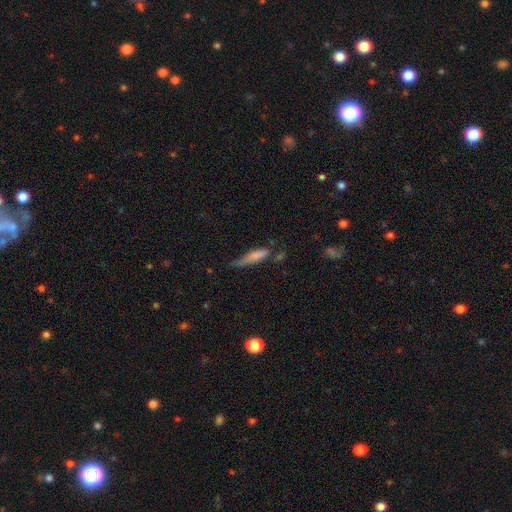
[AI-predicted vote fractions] Smooth or featured? smooth (75%)
How rounded? cigar-shaped (70%)
Merging? minor disturbance (39%)